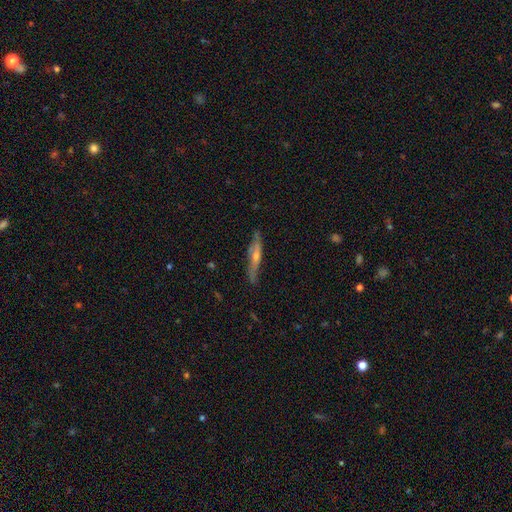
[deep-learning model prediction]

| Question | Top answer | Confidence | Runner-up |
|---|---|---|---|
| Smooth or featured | featured or disk | 65% | smooth (28%) |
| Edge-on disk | yes | 85% | no (15%) |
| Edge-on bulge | rounded | 72% | none (22%) |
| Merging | none | 80% | minor disturbance (16%) |